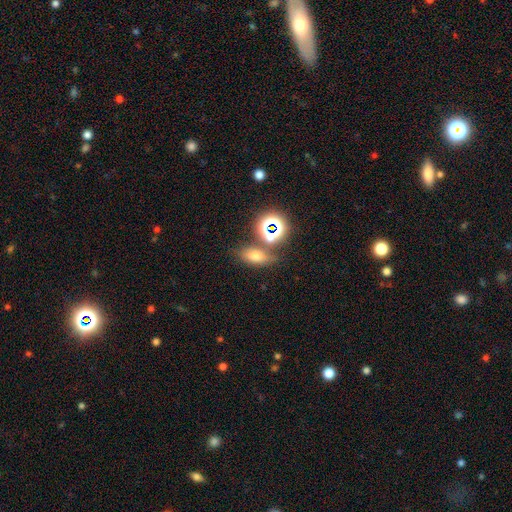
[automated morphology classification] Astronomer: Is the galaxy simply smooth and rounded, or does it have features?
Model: smooth — 63%.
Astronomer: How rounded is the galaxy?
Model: in between — 72%.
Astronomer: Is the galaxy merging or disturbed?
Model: none — 66%.